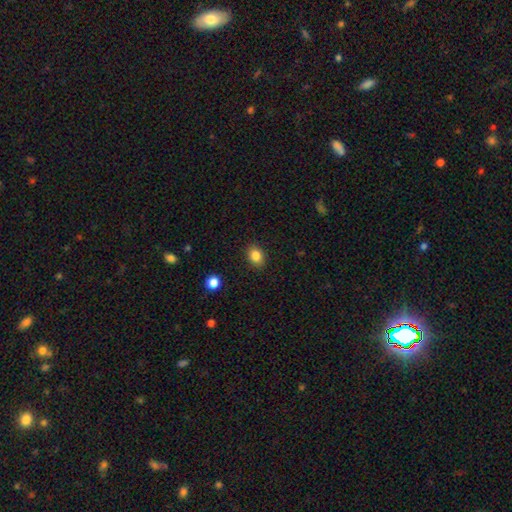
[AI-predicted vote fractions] This appears to be a smooth galaxy with no disk features (85%) that is in between round and cigar-shaped (61%). Merging: none (89%).